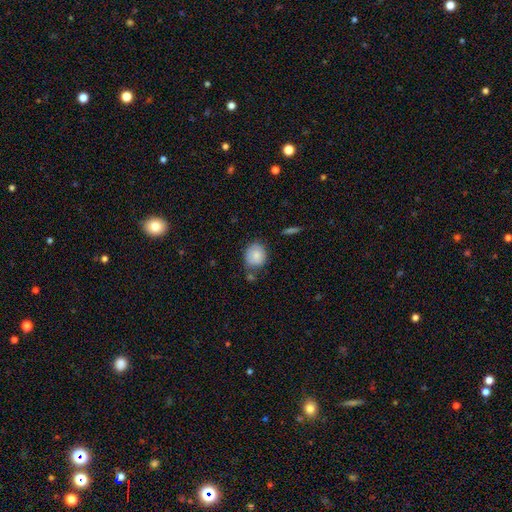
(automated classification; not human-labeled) smooth-or-featured: smooth: 84% | featured or disk: 9% | star or artifact: 7%
  how-rounded: round: 74% | in between: 25% | cigar-shaped: 1%
  merging: none: 70% | minor disturbance: 18% | merger: 7% | major disturbance: 4%